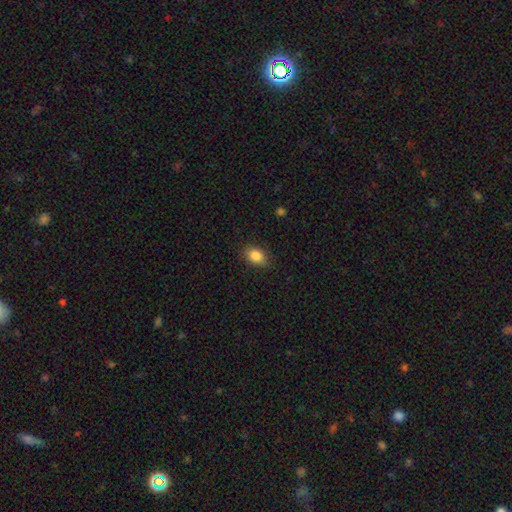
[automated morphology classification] Smooth or featured? Predicted: smooth (p=0.86). How rounded? Predicted: in between (p=0.80). Merging? Predicted: none (p=0.85).